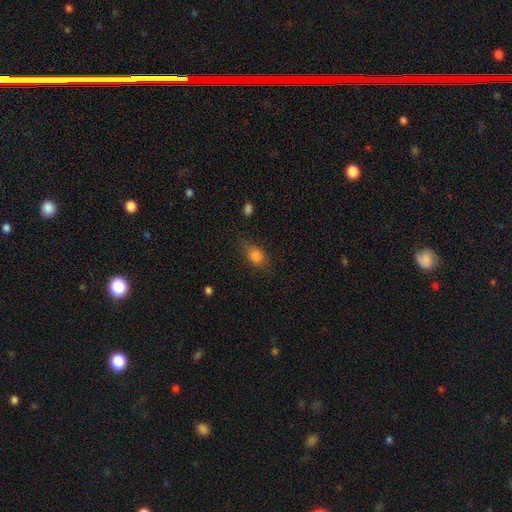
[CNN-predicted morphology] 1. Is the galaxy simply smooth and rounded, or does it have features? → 83% smooth, 10% star or artifact, 7% featured or disk.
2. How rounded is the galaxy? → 68% in between, 29% round, 3% cigar-shaped.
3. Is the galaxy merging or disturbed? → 70% none, 21% minor disturbance, 7% major disturbance, 2% merger.